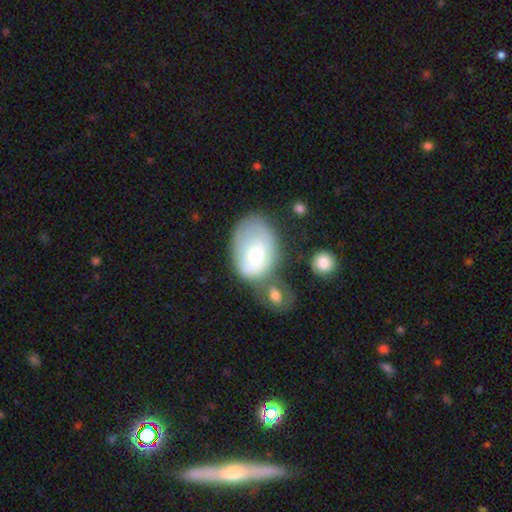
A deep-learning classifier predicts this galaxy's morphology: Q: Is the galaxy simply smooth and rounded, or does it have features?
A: smooth — 52%.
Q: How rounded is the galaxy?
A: in between — 74%.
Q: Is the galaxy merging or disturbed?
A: none — 37%.